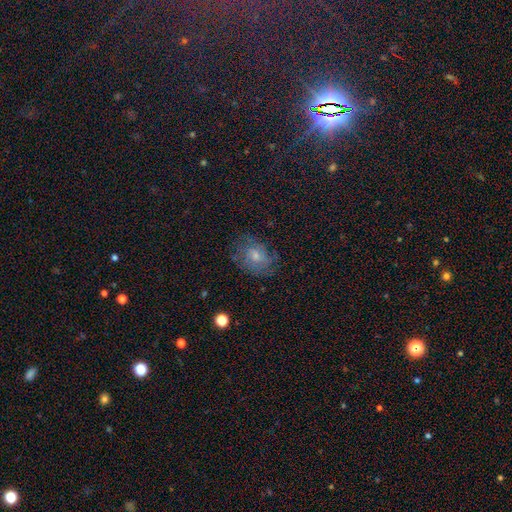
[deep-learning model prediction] Overall: smooth (42%; featured or disk 37%). Merging: none (73%).